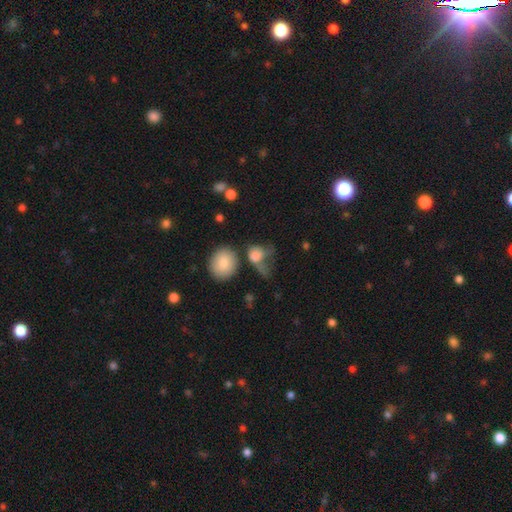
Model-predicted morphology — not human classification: Q: Smooth or featured?
A: smooth (76%); runner-up: featured or disk (13%)
Q: How rounded?
A: round (62%); runner-up: in between (36%)
Q: Merging?
A: major disturbance (32%); runner-up: none (30%)